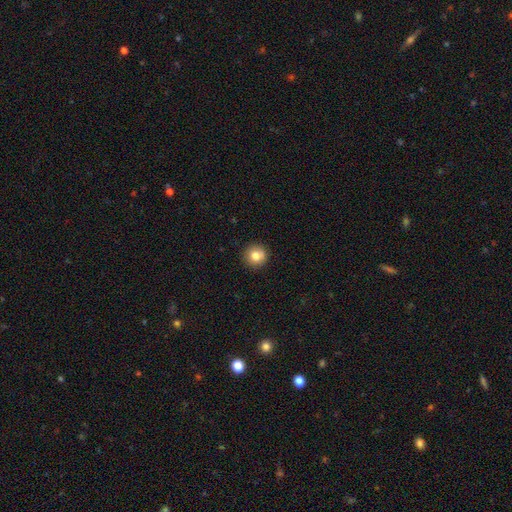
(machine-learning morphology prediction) Smooth or featured?
  - smooth: 81% *
  - star or artifact: 10%
  - featured or disk: 9%
How rounded?
  - round: 95% *
  - in between: 4%
  - cigar-shaped: 1%
Merging?
  - none: 90% *
  - minor disturbance: 7%
  - major disturbance: 2%
  - merger: 1%